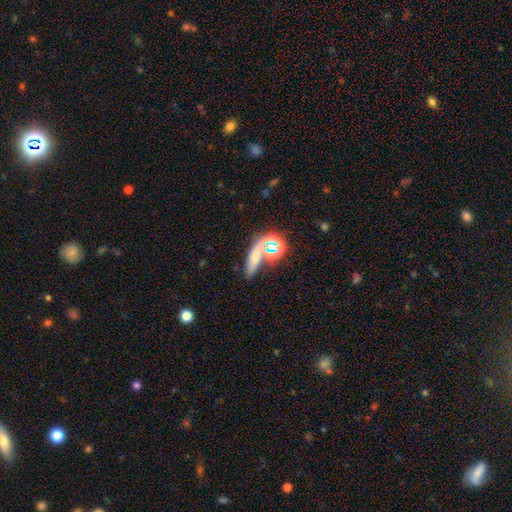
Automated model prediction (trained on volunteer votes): This appears to be a smooth galaxy with no disk features (57%) that is cigar-shaped (41%, tied with in between). Merging: none (55%).